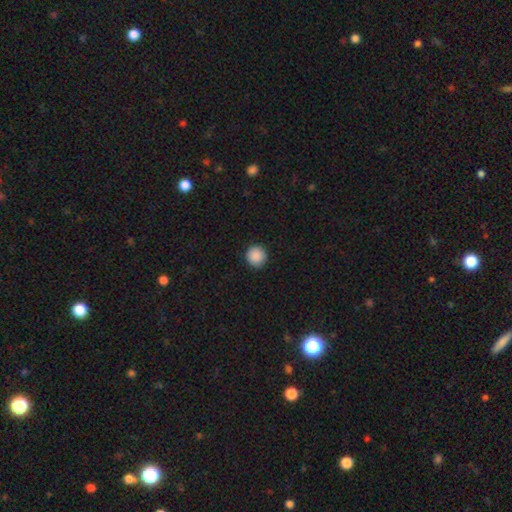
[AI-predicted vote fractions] A smooth galaxy with no disk features (89%) that is round (95%). Merging: none (92%).